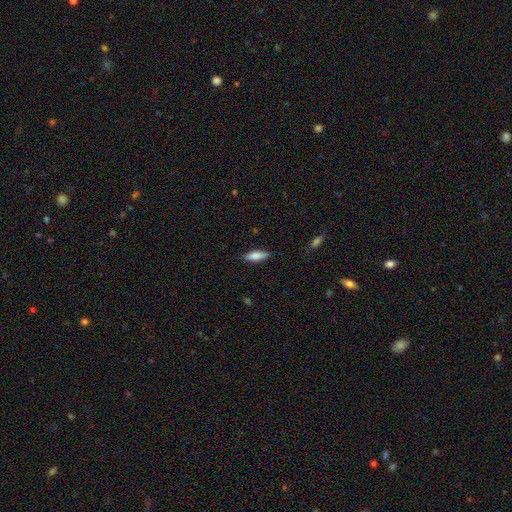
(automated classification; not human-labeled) Smooth or featured? smooth (83%)
How rounded? in between (64%)
Merging? none (86%)